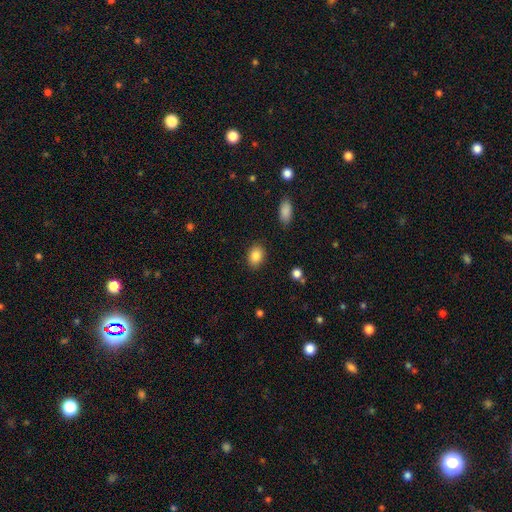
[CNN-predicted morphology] Smooth or featured? smooth (87%)
How rounded? in between (73%)
Merging? none (87%)